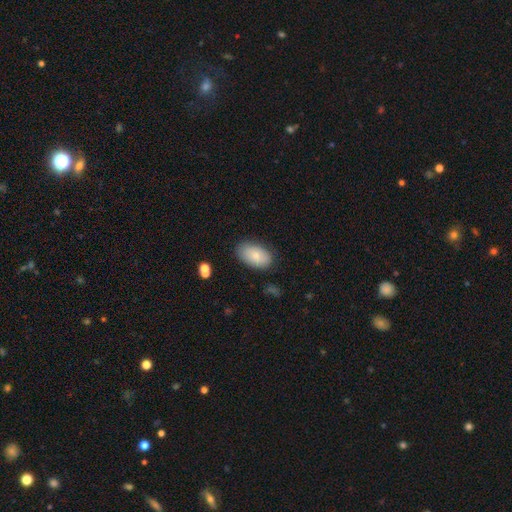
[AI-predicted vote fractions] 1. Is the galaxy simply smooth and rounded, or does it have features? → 82% smooth, 12% featured or disk, 6% star or artifact.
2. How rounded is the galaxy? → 94% in between, 5% round, 1% cigar-shaped.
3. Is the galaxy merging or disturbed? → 81% none, 14% minor disturbance, 3% major disturbance, 2% merger.